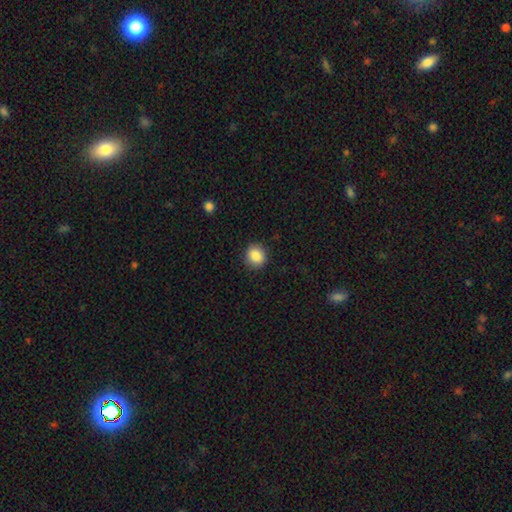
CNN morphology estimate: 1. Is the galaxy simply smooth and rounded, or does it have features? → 86% smooth, 9% star or artifact, 5% featured or disk.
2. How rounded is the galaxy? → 81% round, 18% in between, 1% cigar-shaped.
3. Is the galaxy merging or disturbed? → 89% none, 8% minor disturbance, 2% major disturbance, 1% merger.